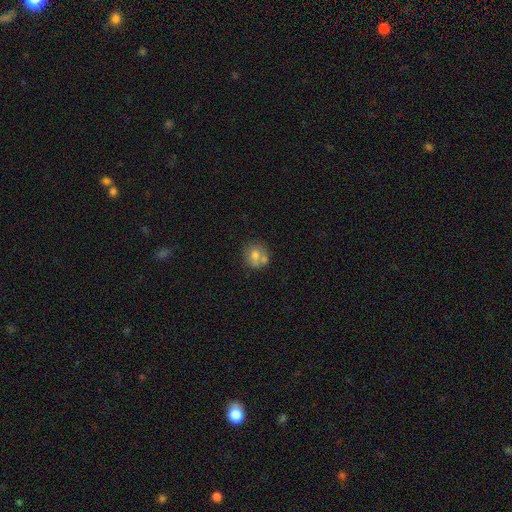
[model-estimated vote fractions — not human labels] The model was most divided on "merging": none: 54%, merger: 29%, minor disturbance: 13%, major disturbance: 4%. More confident: how rounded — round (81%); smooth or featured — smooth (69%).